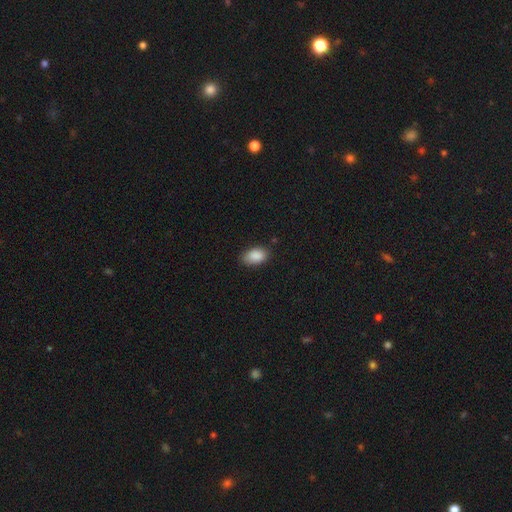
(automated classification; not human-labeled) Q: Smooth or featured?
A: smooth (89%); runner-up: star or artifact (7%)
Q: How rounded?
A: in between (92%); runner-up: round (7%)
Q: Merging?
A: none (81%); runner-up: minor disturbance (15%)